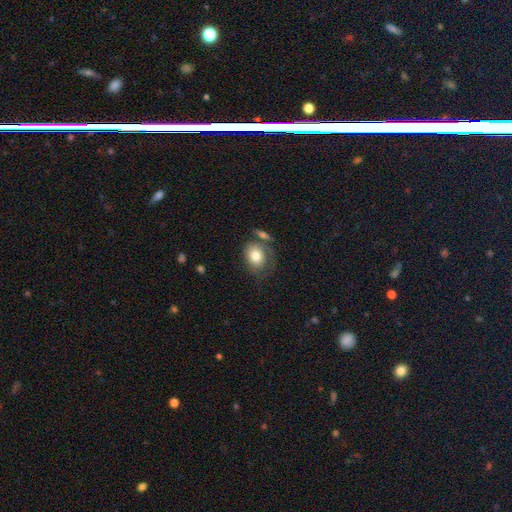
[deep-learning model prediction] smooth_or_featured: smooth (p=0.75) [alt: featured or disk p=0.18]
how_rounded: in between (p=0.59) [alt: round p=0.40]
merging: none (p=0.44) [alt: minor disturbance p=0.22]